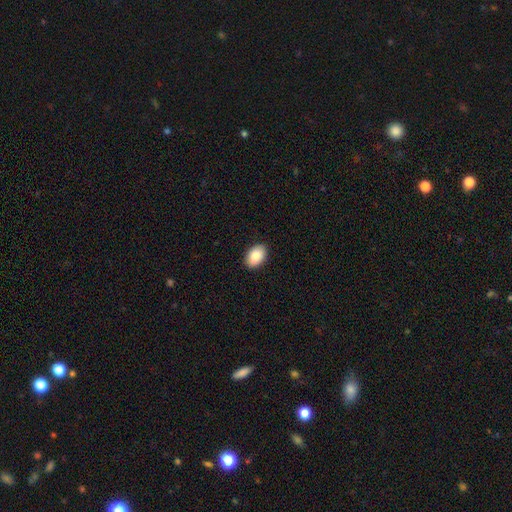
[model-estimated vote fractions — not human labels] A smooth galaxy with no disk features (87%) that is in between round and cigar-shaped (89%).

Vote fractions:
- Smooth or featured? smooth: 87% / star or artifact: 7% / featured or disk: 6%
- How rounded? in between: 89% / round: 10% / cigar-shaped: 1%
- Merging? none: 90% / minor disturbance: 8% / major disturbance: 2% / merger: 1%